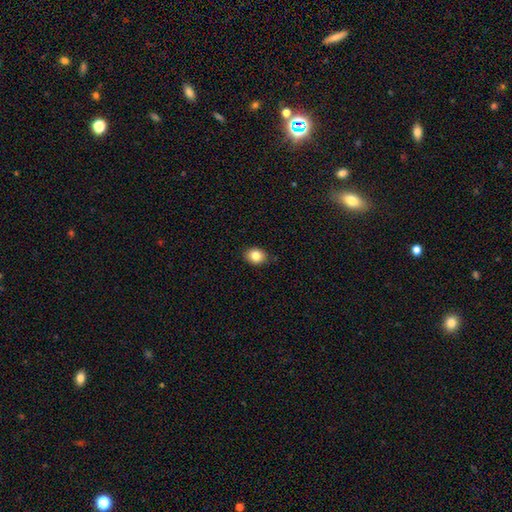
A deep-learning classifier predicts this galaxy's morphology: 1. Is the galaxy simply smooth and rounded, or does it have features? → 83% smooth, 10% star or artifact, 8% featured or disk.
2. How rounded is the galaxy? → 54% in between, 45% round, 1% cigar-shaped.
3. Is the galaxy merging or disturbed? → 88% none, 10% minor disturbance, 2% major disturbance, 1% merger.